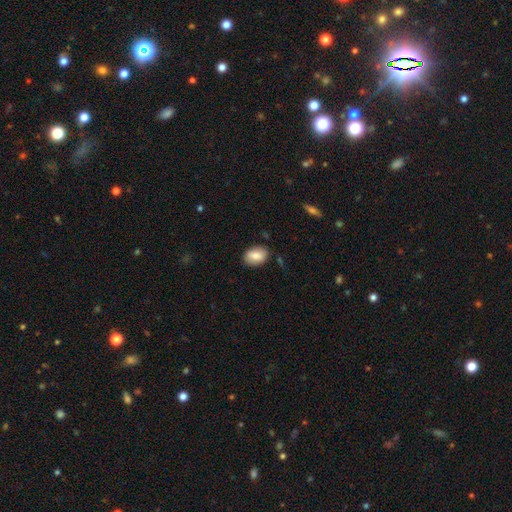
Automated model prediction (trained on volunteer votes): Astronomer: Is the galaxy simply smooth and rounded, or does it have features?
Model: smooth — 79%.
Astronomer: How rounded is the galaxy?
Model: in between — 79%.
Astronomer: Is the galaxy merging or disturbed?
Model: none — 84%.